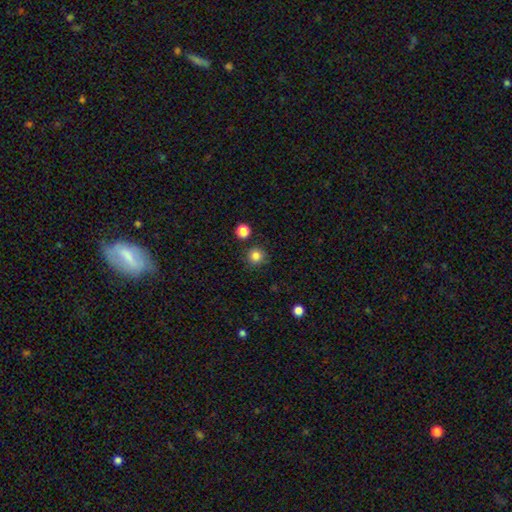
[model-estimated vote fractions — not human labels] Smooth or featured?
  - smooth: 84% *
  - star or artifact: 12%
  - featured or disk: 4%
How rounded?
  - round: 94% *
  - in between: 5%
  - cigar-shaped: 1%
Merging?
  - none: 86% *
  - minor disturbance: 9%
  - merger: 3%
  - major disturbance: 2%